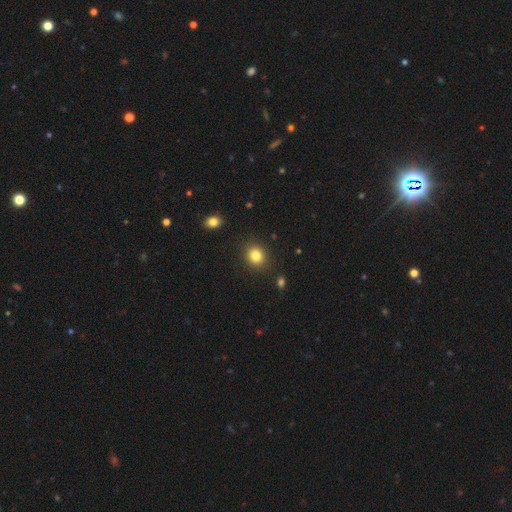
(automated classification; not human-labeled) Smooth or featured? smooth (83%)
How rounded? round (75%)
Merging? none (88%)